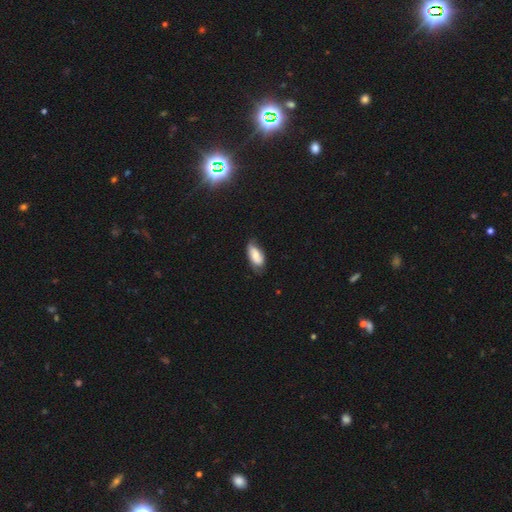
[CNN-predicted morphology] smooth_or_featured: smooth (p=0.68) [alt: featured or disk p=0.25]
how_rounded: in between (p=0.91) [alt: cigar-shaped p=0.06]
merging: none (p=0.61) [alt: minor disturbance p=0.31]